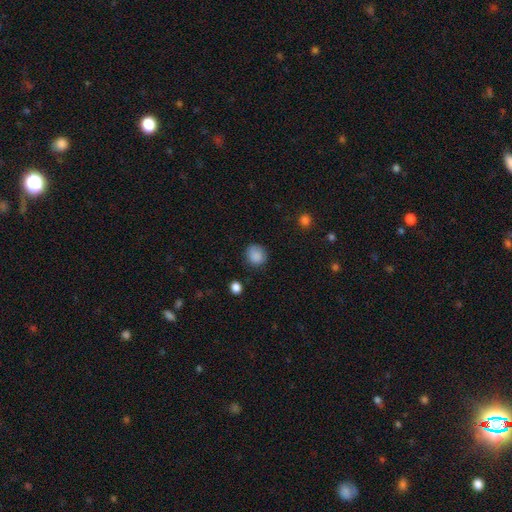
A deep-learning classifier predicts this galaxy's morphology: Smooth or featured: smooth — 87% (star or artifact — 10%)
How rounded: round — 81% (in between — 18%)
Merging: none — 79% (minor disturbance — 15%)